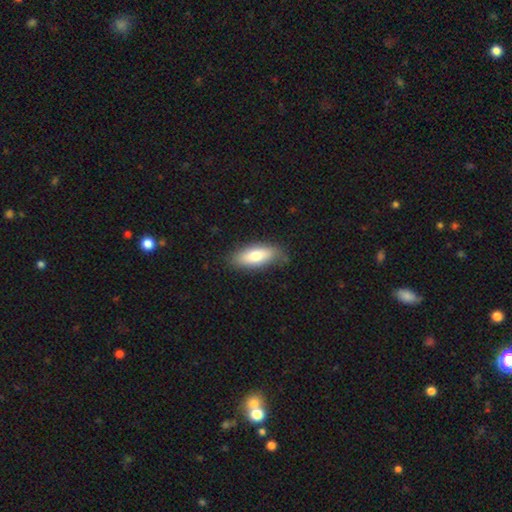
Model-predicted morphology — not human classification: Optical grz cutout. It shows a smooth galaxy with no disk features (74%) that is in between round and cigar-shaped (74%). Merging: none (77%).